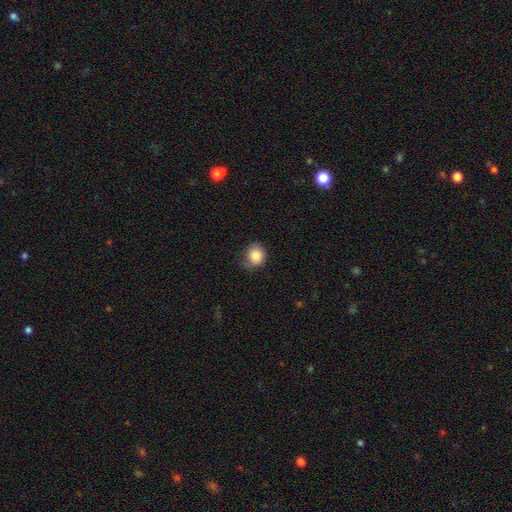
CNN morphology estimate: Smooth or featured: smooth — 85% (star or artifact — 8%)
How rounded: round — 71% (in between — 28%)
Merging: none — 61% (minor disturbance — 29%)